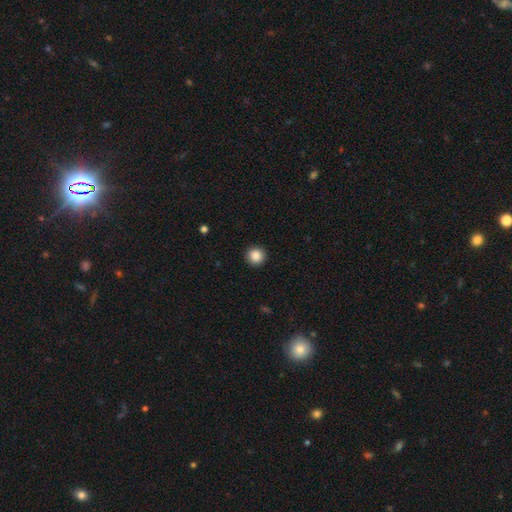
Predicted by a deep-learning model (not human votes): Smooth or featured? smooth (87%)
How rounded? round (95%)
Merging? none (93%)